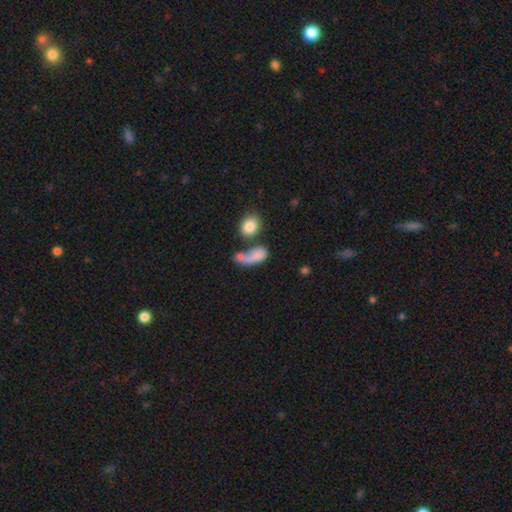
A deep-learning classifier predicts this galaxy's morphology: This appears to be a smooth galaxy with no disk features (72%) that is in between round and cigar-shaped (71%). Merging: merger (39%).